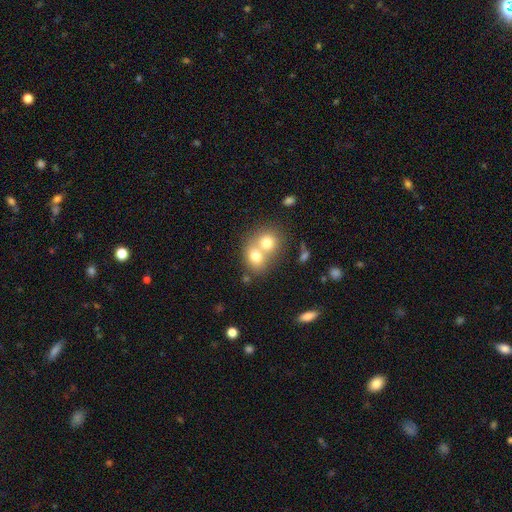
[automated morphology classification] Q: Smooth or featured?
A: smooth (72%); runner-up: featured or disk (18%)
Q: How rounded?
A: round (60%); runner-up: in between (39%)
Q: Merging?
A: merger (68%); runner-up: none (24%)